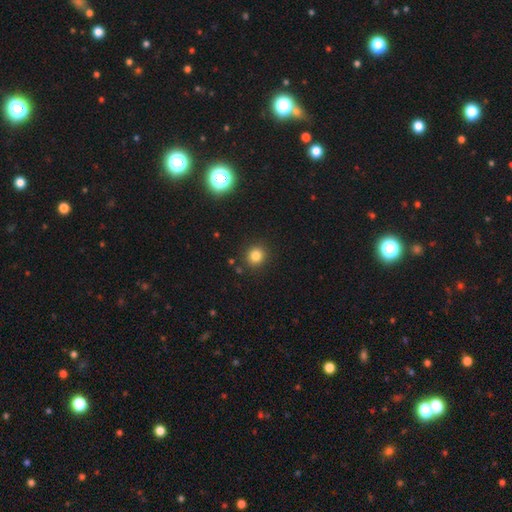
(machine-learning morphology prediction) The model was most divided on "smooth or featured": smooth: 82%, star or artifact: 12%, featured or disk: 5%. More confident: merging — none (89%); how rounded — round (88%).